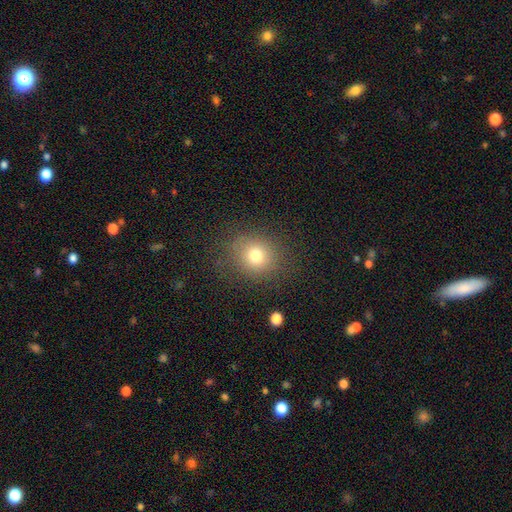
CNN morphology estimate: Smooth or featured? smooth (75%)
How rounded? round (77%)
Merging? none (82%)